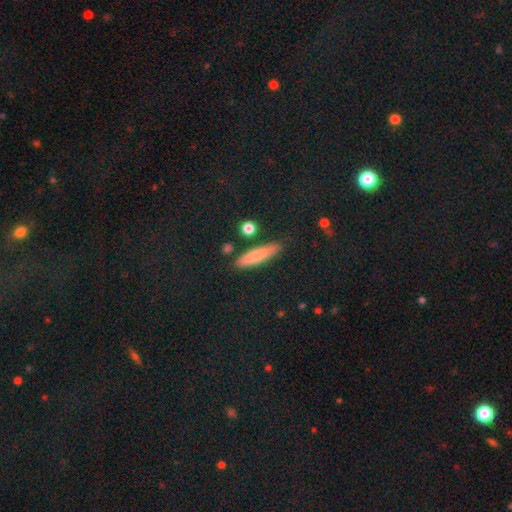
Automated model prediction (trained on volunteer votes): Smooth or featured? Predicted: smooth (p=0.78). How rounded? Predicted: cigar-shaped (p=0.79). Merging? Predicted: none (p=0.84).